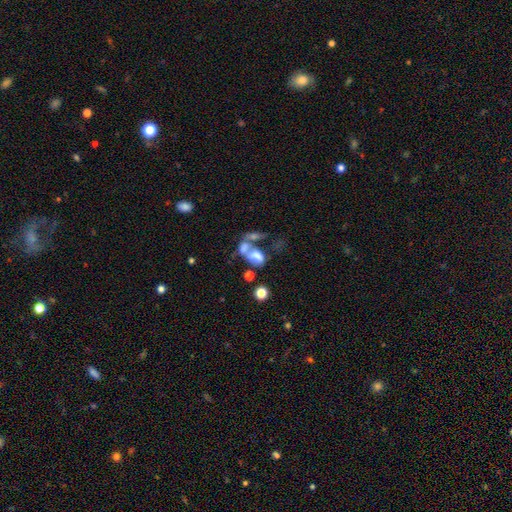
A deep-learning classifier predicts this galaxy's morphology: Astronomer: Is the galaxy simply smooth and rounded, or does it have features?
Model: smooth — 52% (runner-up: featured or disk, 34%).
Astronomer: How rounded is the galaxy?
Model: in between — 85%.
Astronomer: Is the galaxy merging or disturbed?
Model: merger — 60%.